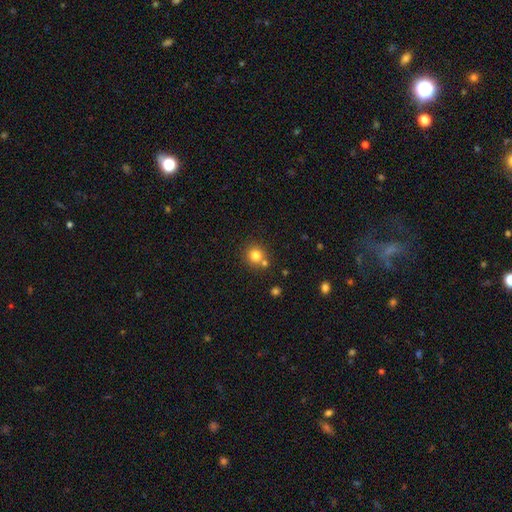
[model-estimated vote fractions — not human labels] This is likely a smooth galaxy (79%). How rounded: clearly round (89%). Merging: likely none (70%).